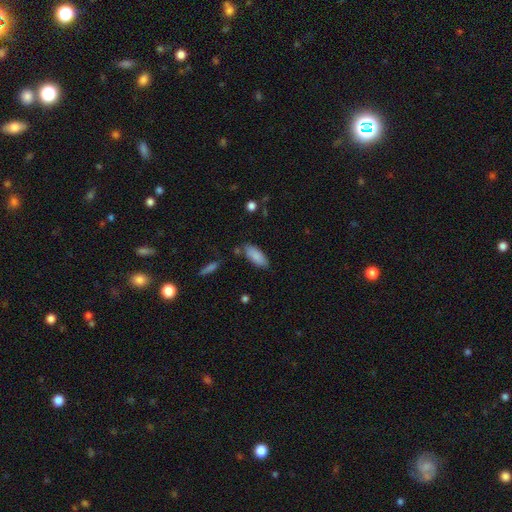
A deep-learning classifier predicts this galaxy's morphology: A smooth galaxy with no disk features (87%) that is in between round and cigar-shaped (79%). Merging: none (76%).